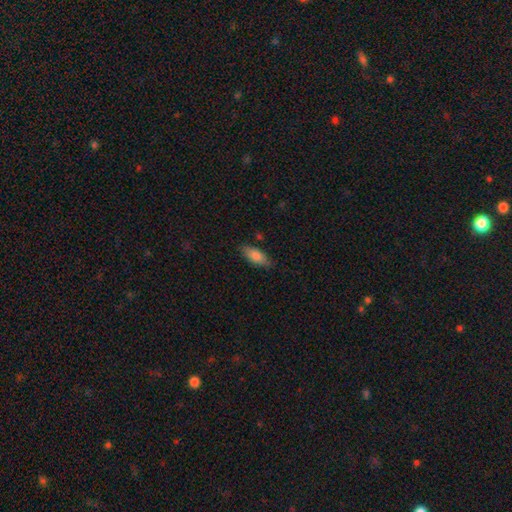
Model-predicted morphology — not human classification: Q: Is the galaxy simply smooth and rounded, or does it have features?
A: smooth — 82%.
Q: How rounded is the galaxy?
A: in between — 82%.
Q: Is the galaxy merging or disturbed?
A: none — 81%.